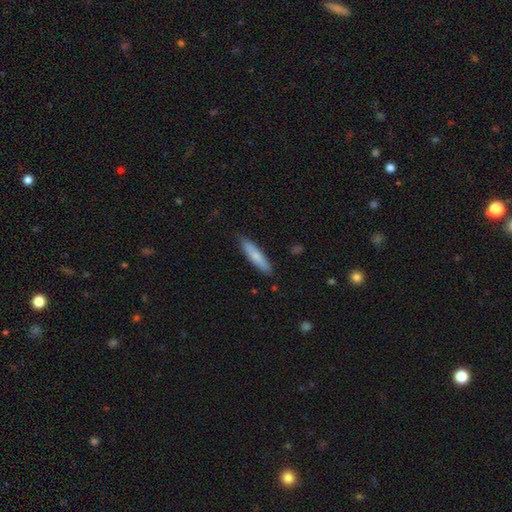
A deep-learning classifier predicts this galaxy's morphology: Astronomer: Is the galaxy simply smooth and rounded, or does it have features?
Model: smooth — 76%.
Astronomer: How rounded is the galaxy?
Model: cigar-shaped — 81%.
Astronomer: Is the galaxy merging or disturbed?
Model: none — 87%.